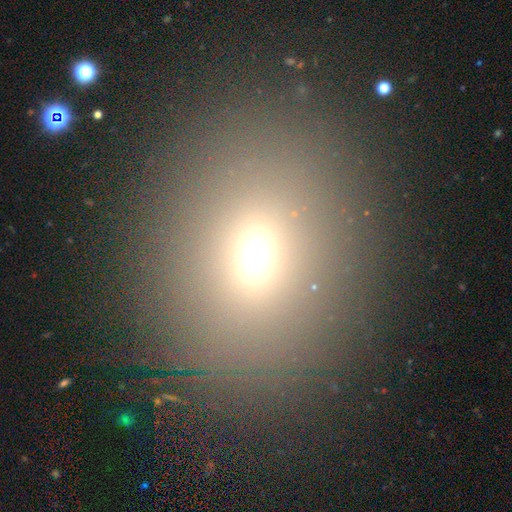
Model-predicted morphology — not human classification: The model was most divided on "how rounded": round: 54%, in between: 45%, cigar-shaped: 1%. More confident: merging — none (84%); smooth or featured — smooth (66%).